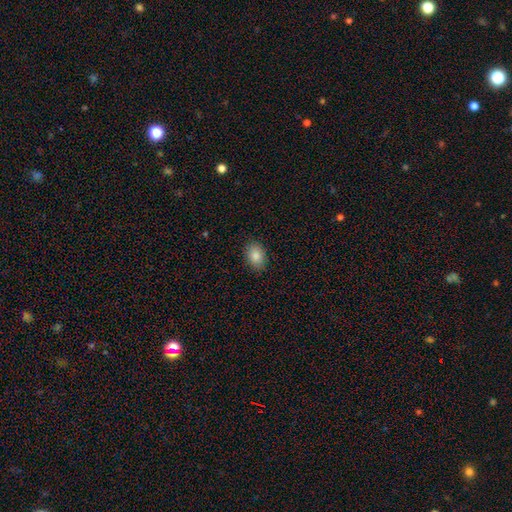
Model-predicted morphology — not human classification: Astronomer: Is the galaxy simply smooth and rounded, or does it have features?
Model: smooth — 86%.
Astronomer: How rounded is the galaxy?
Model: in between — 83%.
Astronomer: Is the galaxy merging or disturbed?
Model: none — 88%.